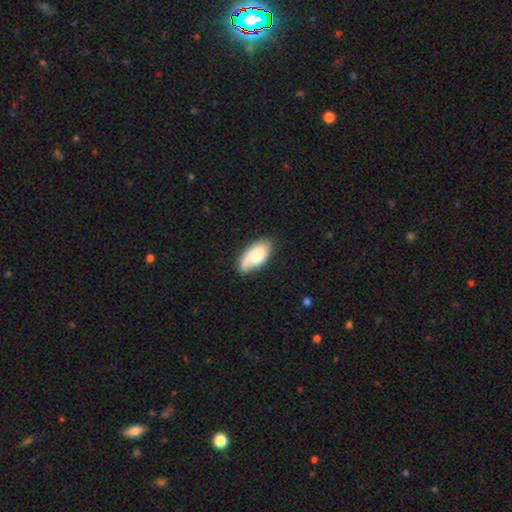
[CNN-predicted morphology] This appears to be a smooth galaxy with no disk features (65%) that is in between round and cigar-shaped (94%). Merging: none (67%).